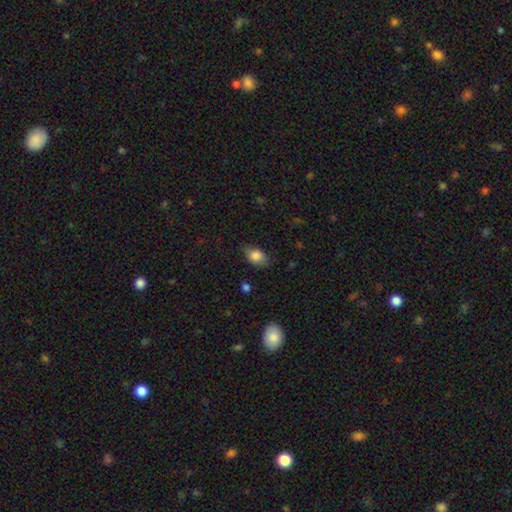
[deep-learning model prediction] The model was most divided on "merging": none: 70%, minor disturbance: 23%, major disturbance: 6%, merger: 1%. More confident: smooth or featured — smooth (83%); how rounded — in between (81%).